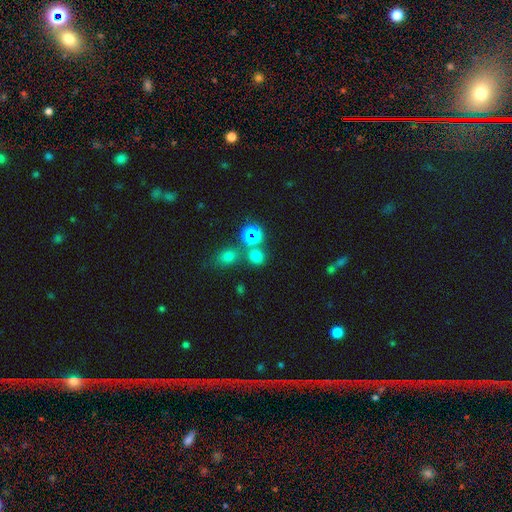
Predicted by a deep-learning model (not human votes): Morphology: type=smooth (67%); roundness=round (81%); merging=none (70%).